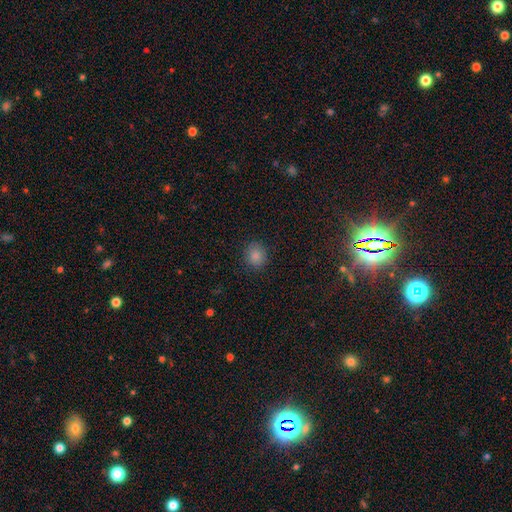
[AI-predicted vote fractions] Smooth or featured: smooth — 84% (star or artifact — 12%)
How rounded: round — 80% (in between — 19%)
Merging: none — 89% (minor disturbance — 8%)